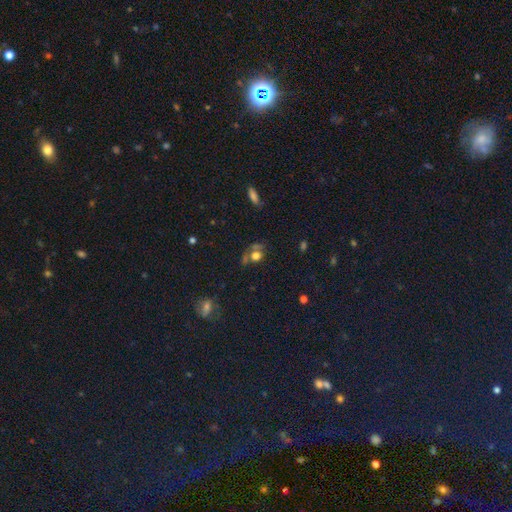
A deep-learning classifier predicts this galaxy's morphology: type=smooth (62%); roundness=round (66%); merging=none (45%).